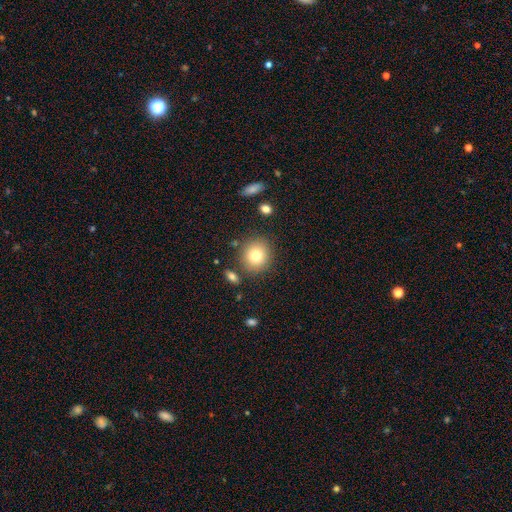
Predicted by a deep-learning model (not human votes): Morphology: type=smooth (77%); roundness=round (84%); merging=none (82%).